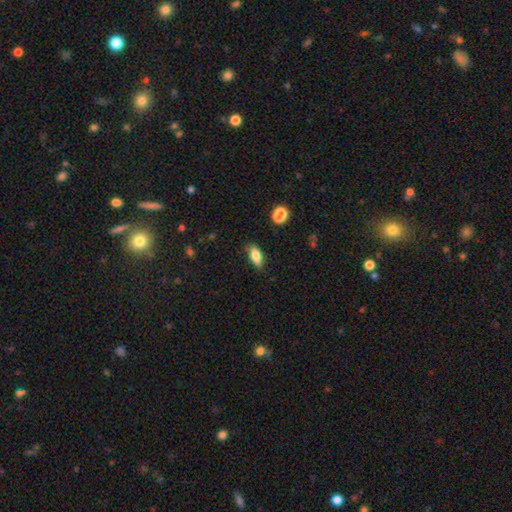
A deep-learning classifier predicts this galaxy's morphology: Overall: smooth (77%). How rounded: in between (80%). Merging: none (80%).